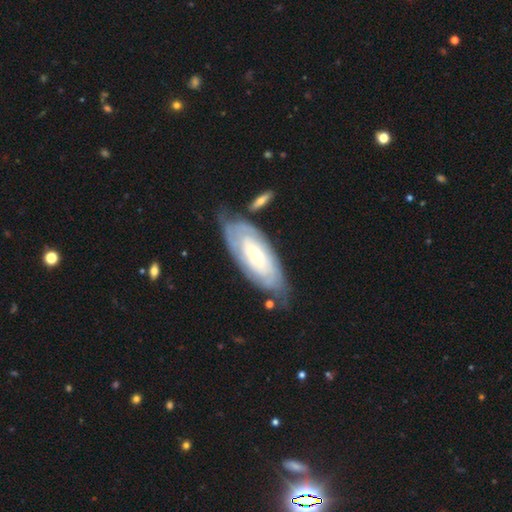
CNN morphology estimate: A featured or disk galaxy (70%) with no bar (60%), spiral arms (80%) and a small central bulge (54%). Merging: none (63%).